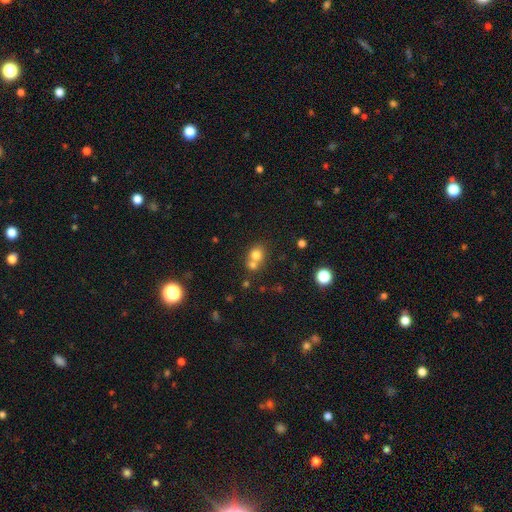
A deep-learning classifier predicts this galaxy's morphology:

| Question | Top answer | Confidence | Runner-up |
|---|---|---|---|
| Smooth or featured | smooth | 74% | star or artifact (14%) |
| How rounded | round | 76% | in between (23%) |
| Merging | merger | 52% | none (39%) |